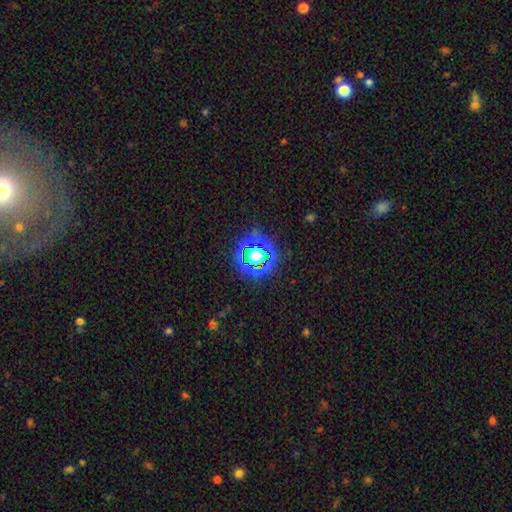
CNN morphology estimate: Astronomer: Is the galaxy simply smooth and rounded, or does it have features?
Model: star or artifact — 64%.